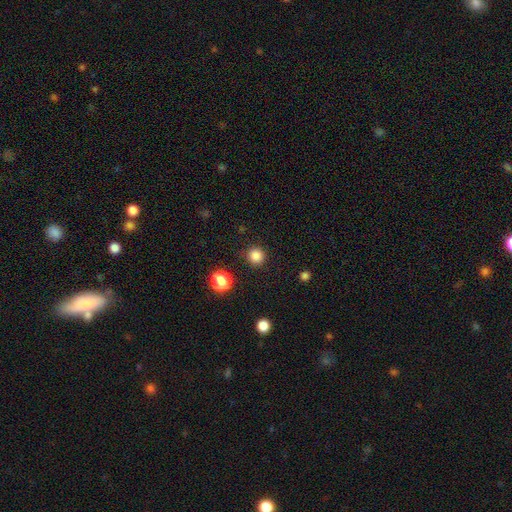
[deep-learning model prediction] Overall: smooth (84%). How rounded: round (95%). Merging: none (90%).